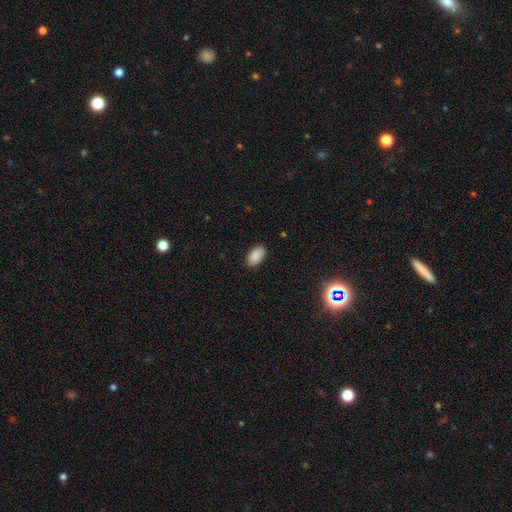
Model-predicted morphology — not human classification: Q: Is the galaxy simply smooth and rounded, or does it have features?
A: smooth — 88%.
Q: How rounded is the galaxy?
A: in between — 94%.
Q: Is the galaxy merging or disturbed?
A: none — 86%.